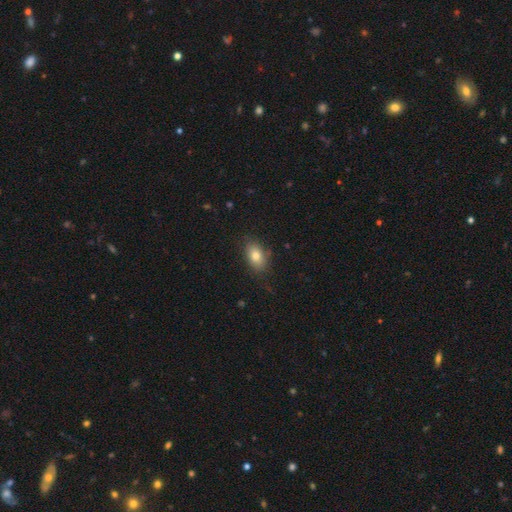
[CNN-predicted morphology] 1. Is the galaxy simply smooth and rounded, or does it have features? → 80% smooth, 11% featured or disk, 9% star or artifact.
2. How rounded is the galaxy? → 87% in between, 11% round, 2% cigar-shaped.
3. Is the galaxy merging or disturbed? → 80% none, 15% minor disturbance, 4% major disturbance, 1% merger.